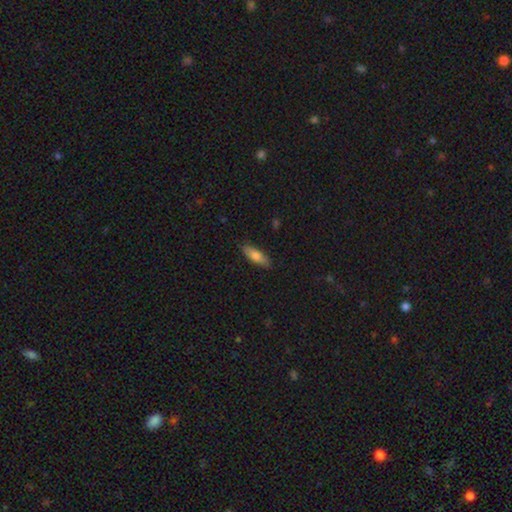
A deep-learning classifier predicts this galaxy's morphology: smooth-or-featured: smooth: 73% | featured or disk: 21% | star or artifact: 6%
  how-rounded: in between: 57% | cigar-shaped: 41% | round: 2%
  merging: none: 86% | minor disturbance: 11% | major disturbance: 2% | merger: 1%